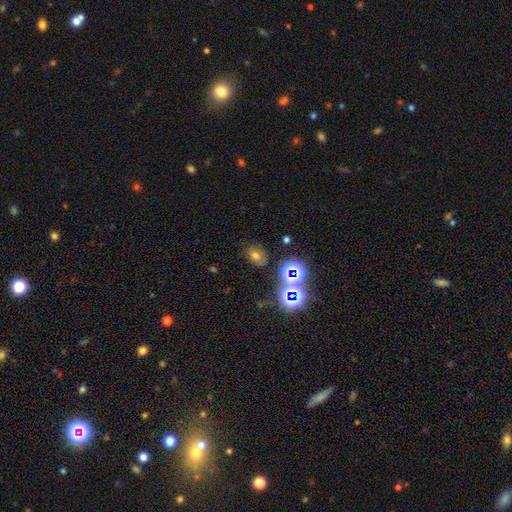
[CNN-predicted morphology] type=smooth (54%); roundness=in between (62%); merging=none (77%).